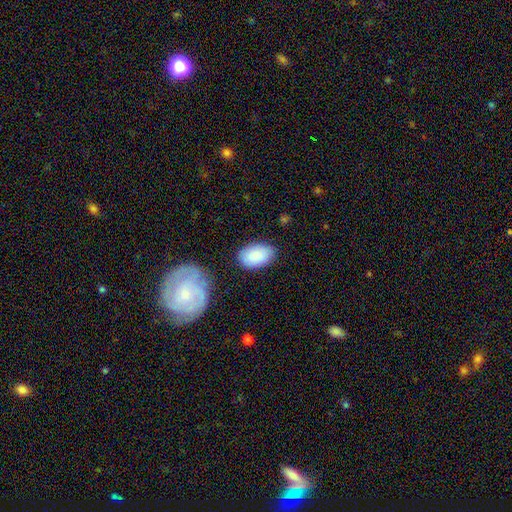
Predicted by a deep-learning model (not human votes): smooth-or-featured: smooth: 88% | featured or disk: 6% | star or artifact: 6%
  how-rounded: in between: 94% | round: 5% | cigar-shaped: 1%
  merging: none: 79% | minor disturbance: 14% | merger: 4% | major disturbance: 3%